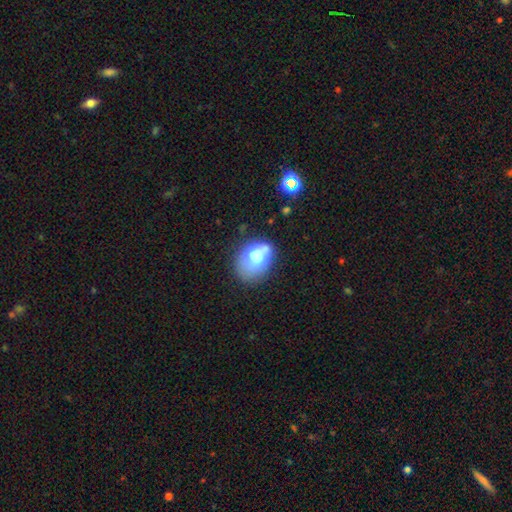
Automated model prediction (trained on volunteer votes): This is likely a smooth galaxy (73%). How rounded: likely in between (72%). Merging: possibly none (50%).